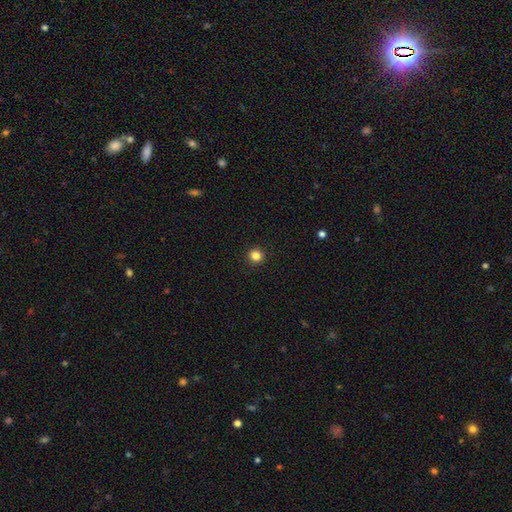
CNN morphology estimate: Q: Smooth or featured?
A: smooth (84%); runner-up: star or artifact (12%)
Q: How rounded?
A: round (94%); runner-up: in between (5%)
Q: Merging?
A: none (93%); runner-up: minor disturbance (4%)